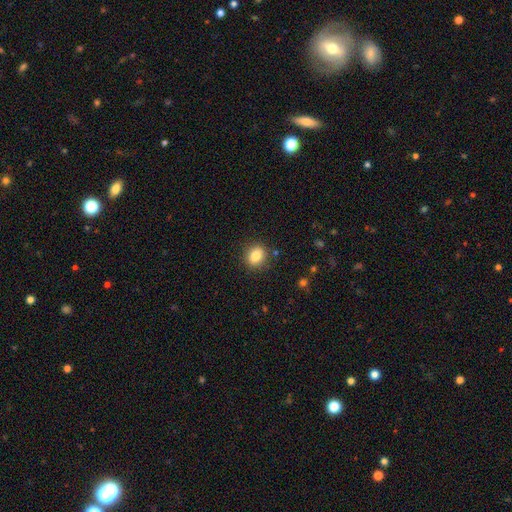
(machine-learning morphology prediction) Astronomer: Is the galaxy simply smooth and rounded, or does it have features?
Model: smooth — 83%.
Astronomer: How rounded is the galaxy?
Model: round — 60% (runner-up: in between, 39%).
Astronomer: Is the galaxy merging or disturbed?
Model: none — 86%.